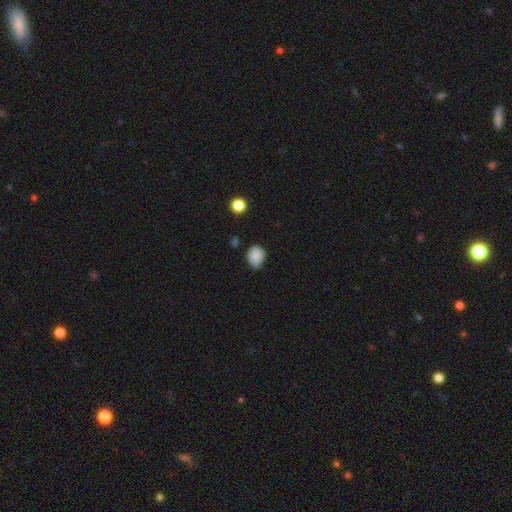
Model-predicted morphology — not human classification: smooth_or_featured: smooth (p=0.86) [alt: star or artifact p=0.09]
how_rounded: round (p=0.55) [alt: in between p=0.44]
merging: none (p=0.67) [alt: minor disturbance p=0.27]